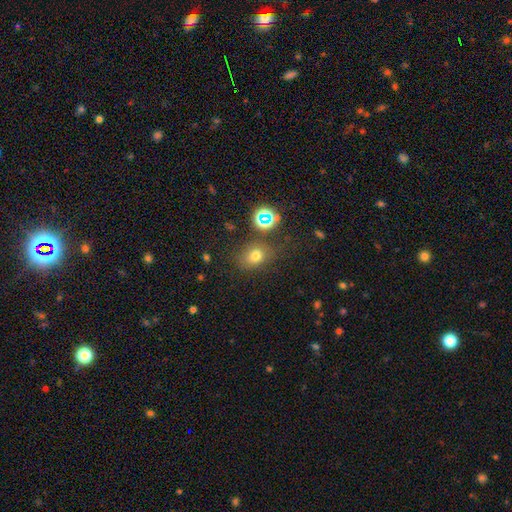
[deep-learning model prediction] Smooth or featured: smooth — 69% (star or artifact — 21%)
How rounded: in between — 50% (round — 49%)
Merging: none — 73% (minor disturbance — 15%)